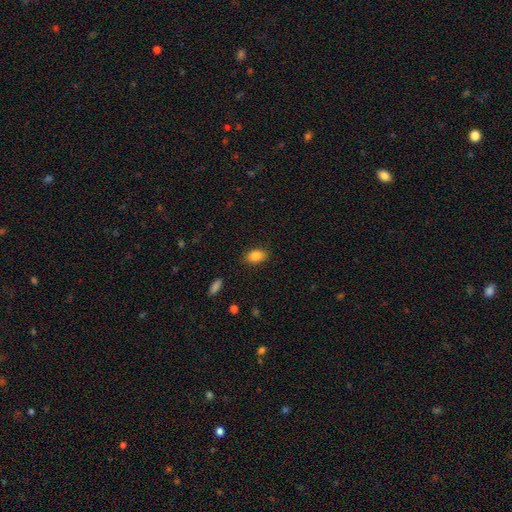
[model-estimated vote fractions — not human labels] smooth_or_featured: smooth (p=0.85) [alt: star or artifact p=0.08]
how_rounded: in between (p=0.87) [alt: round p=0.11]
merging: none (p=0.86) [alt: minor disturbance p=0.10]